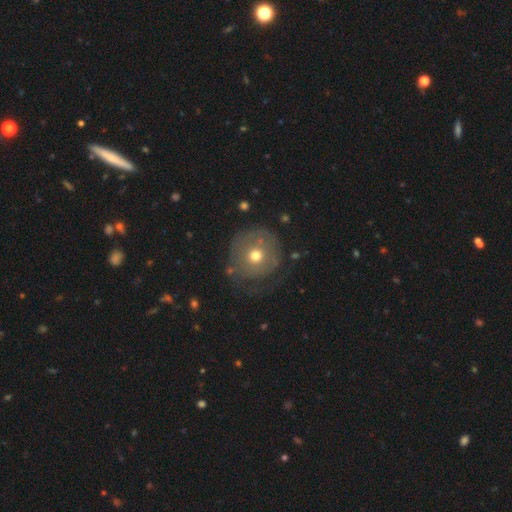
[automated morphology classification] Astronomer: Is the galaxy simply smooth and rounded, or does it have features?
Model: smooth — 52% (runner-up: featured or disk, 38%).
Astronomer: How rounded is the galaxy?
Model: round — 92%.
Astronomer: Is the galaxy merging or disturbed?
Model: none — 63%.